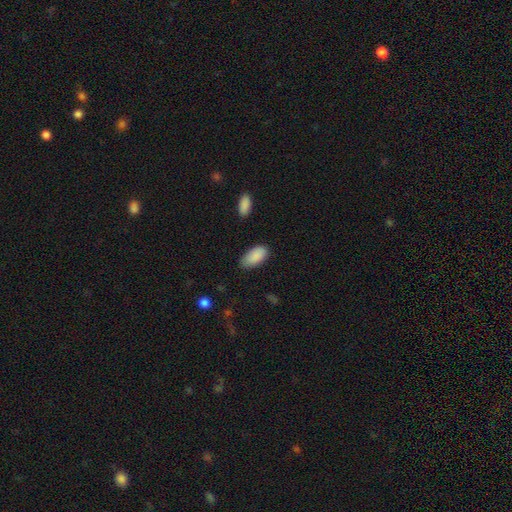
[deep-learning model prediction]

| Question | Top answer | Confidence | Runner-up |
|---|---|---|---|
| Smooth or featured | smooth | 89% | star or artifact (6%) |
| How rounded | in between | 94% | cigar-shaped (4%) |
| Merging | none | 78% | minor disturbance (17%) |